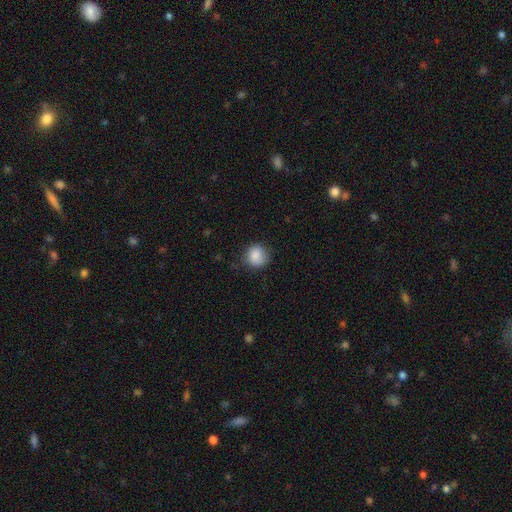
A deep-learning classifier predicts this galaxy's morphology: Smooth or featured?
  - smooth: 86% *
  - star or artifact: 8%
  - featured or disk: 6%
How rounded?
  - round: 87% *
  - in between: 12%
  - cigar-shaped: 1%
Merging?
  - none: 74% *
  - minor disturbance: 20%
  - major disturbance: 5%
  - merger: 1%